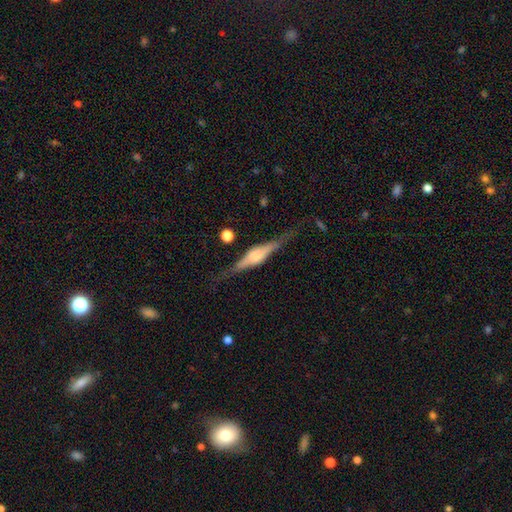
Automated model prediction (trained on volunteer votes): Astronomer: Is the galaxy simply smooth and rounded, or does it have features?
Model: featured or disk — 78%.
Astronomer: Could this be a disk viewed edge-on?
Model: yes — 97%.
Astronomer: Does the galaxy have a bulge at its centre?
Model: rounded — 80%.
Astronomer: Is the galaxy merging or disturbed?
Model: none — 81%.